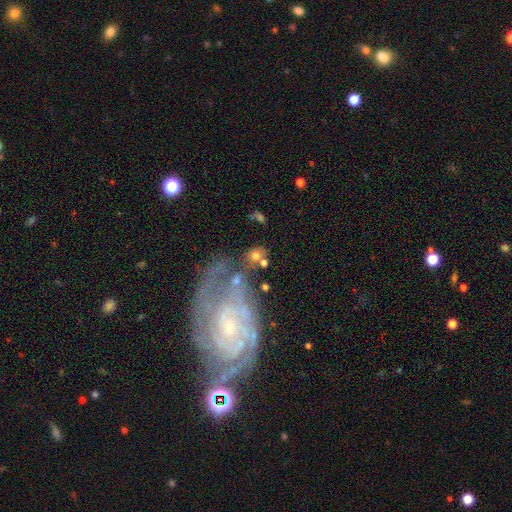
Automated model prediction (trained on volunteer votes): A smooth galaxy with no disk features (61%) that is round (65%). Merging: none (53%).